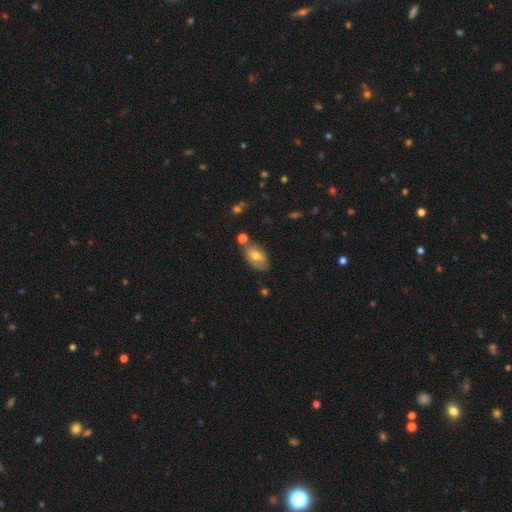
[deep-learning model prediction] Smooth or featured? smooth (65%)
How rounded? in between (92%)
Merging? none (66%)